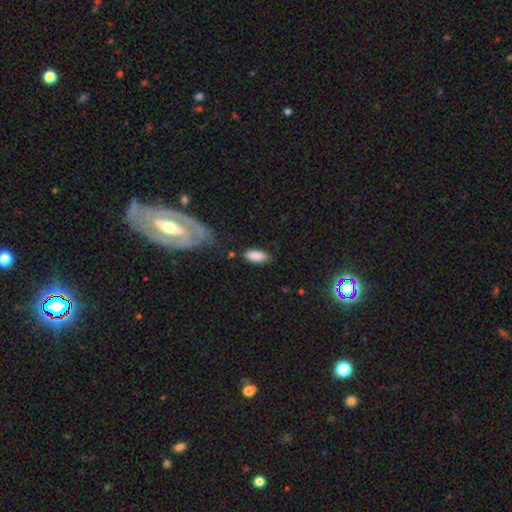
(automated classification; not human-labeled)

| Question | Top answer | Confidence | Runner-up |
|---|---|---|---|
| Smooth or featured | smooth | 87% | star or artifact (6%) |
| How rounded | in between | 86% | cigar-shaped (11%) |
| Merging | none | 77% | minor disturbance (15%) |